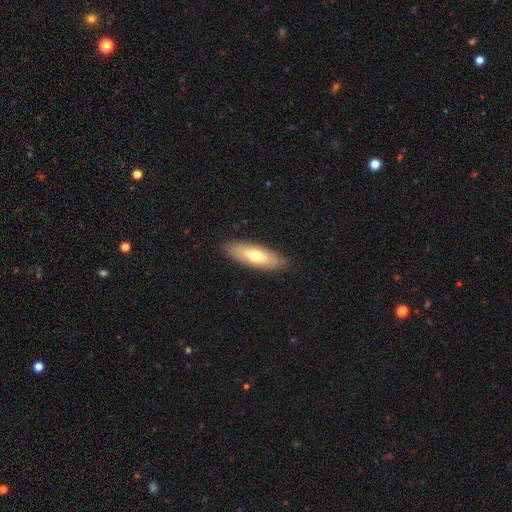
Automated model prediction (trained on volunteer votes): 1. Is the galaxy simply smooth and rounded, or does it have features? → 57% smooth, 38% featured or disk, 6% star or artifact.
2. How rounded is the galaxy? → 64% in between, 34% cigar-shaped, 2% round.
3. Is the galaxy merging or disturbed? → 87% none, 10% minor disturbance, 2% major disturbance, 1% merger.